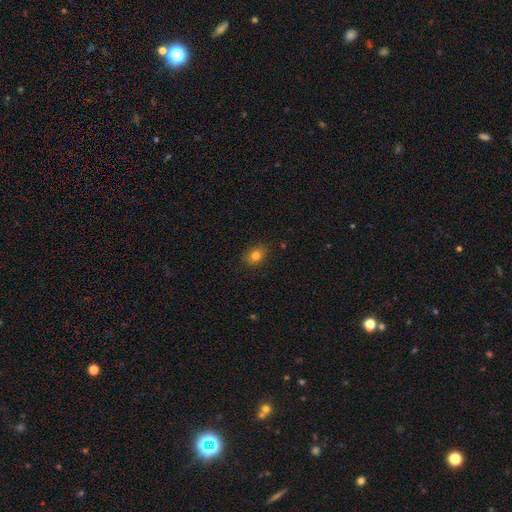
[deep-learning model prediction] This is clearly a smooth galaxy (81%). How rounded: possibly in between (59%). Merging: clearly none (84%).